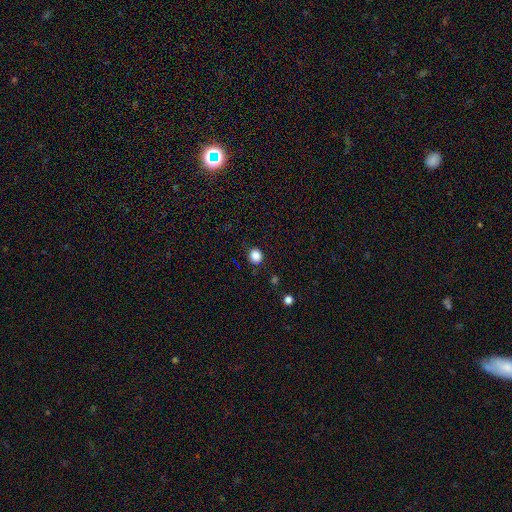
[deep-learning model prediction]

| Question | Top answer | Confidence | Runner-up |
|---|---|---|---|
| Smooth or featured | smooth | 84% | star or artifact (12%) |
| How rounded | round | 89% | in between (10%) |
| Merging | none | 87% | minor disturbance (9%) |